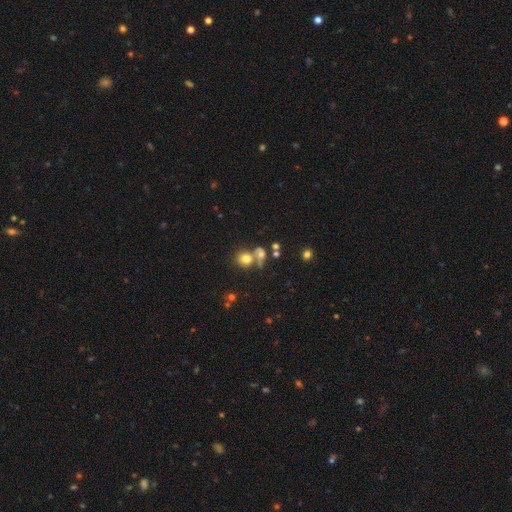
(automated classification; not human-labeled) The model was most divided on "merging": none: 51%, merger: 36%, minor disturbance: 9%, major disturbance: 5%. More confident: how rounded — round (79%); smooth or featured — smooth (63%).